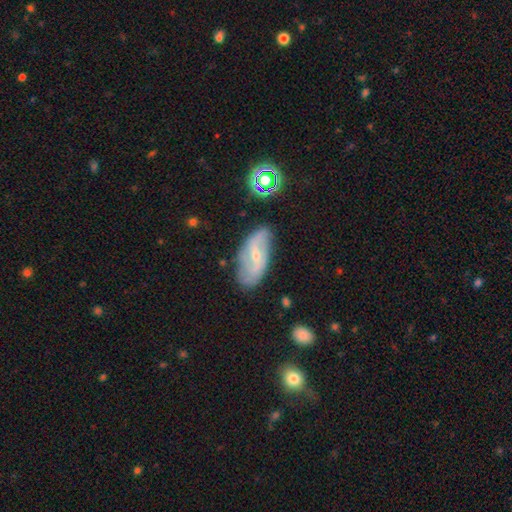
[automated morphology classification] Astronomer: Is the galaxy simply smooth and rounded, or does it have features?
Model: featured or disk — 73%.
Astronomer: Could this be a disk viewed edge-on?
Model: no — 91%.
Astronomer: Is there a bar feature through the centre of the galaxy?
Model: weak — 44% (runner-up: strong, 28%).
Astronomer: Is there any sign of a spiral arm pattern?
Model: yes — 85%.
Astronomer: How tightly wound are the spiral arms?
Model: loose — 57%.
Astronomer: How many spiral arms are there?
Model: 2 — 80%.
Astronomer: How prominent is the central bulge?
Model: small — 69%.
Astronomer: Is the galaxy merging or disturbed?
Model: none — 72%.